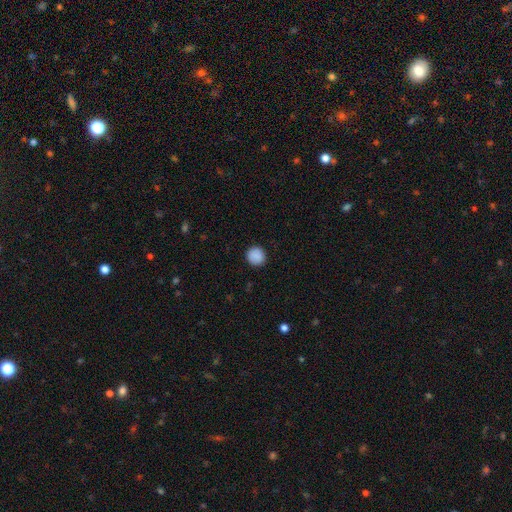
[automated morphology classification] type=smooth (89%); roundness=round (92%); merging=none (91%).